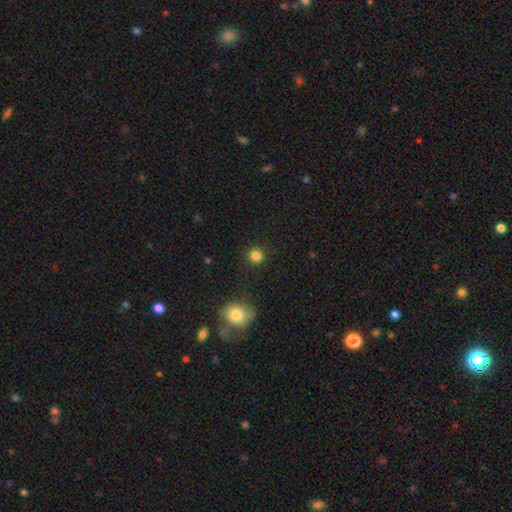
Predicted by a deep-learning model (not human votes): The model was most divided on "smooth or featured": smooth: 84%, star or artifact: 12%, featured or disk: 4%. More confident: how rounded — round (93%); merging — none (90%).